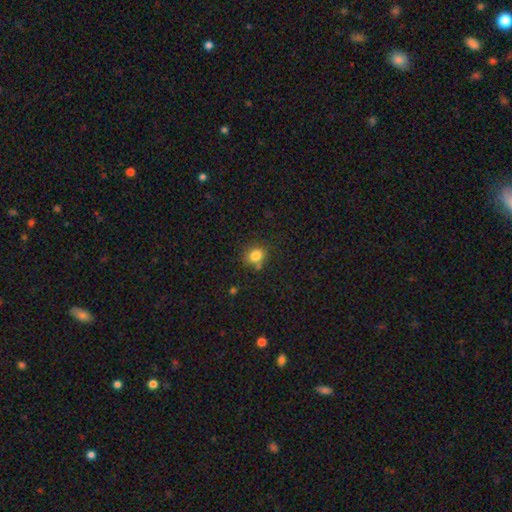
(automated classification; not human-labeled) Smooth or featured: smooth — 81% (star or artifact — 12%)
How rounded: round — 72% (in between — 27%)
Merging: none — 72% (minor disturbance — 15%)